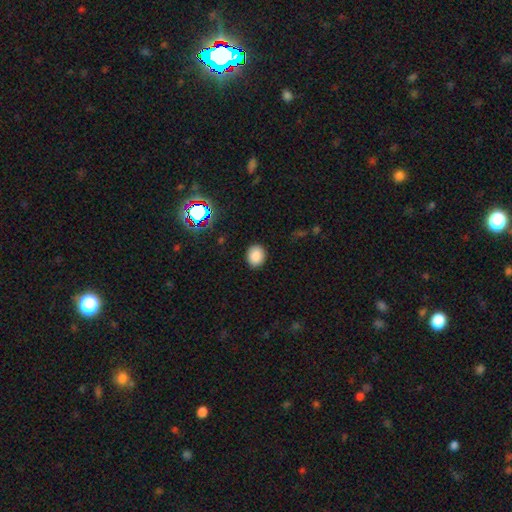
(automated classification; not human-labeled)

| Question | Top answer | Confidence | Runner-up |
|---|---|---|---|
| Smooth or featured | smooth | 85% | star or artifact (11%) |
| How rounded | round | 56% | in between (43%) |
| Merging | none | 89% | minor disturbance (8%) |